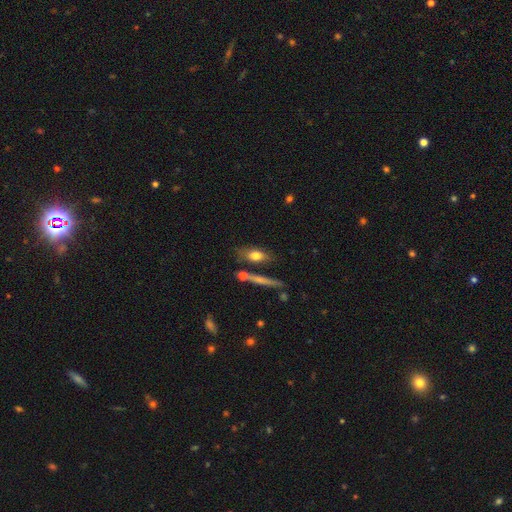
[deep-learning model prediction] Morphology: type=smooth (69%); roundness=in between (61%); merging=none (64%).